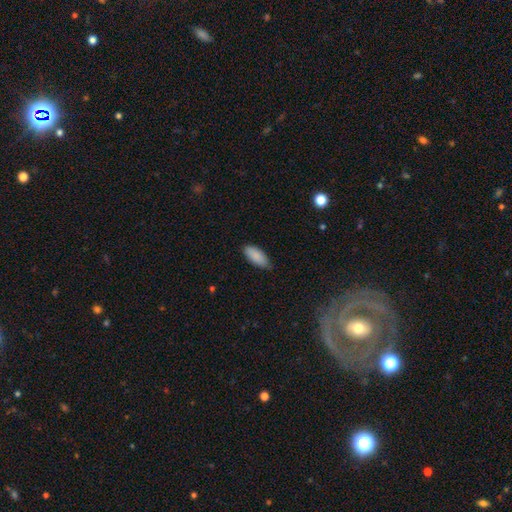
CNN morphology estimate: The model was most divided on "merging": none: 77%, minor disturbance: 19%, major disturbance: 2%, merger: 1%. More confident: smooth or featured — smooth (89%); how rounded — in between (86%).